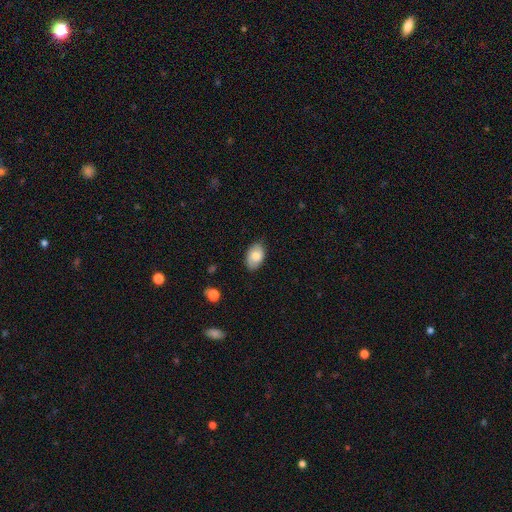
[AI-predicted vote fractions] Morphology: type=smooth (78%); roundness=in between (91%); merging=none (82%).